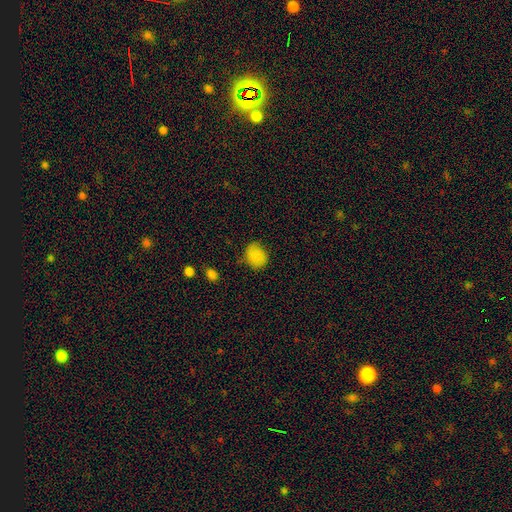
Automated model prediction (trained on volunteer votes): smooth-or-featured: smooth: 83% | star or artifact: 11% | featured or disk: 6%
  how-rounded: round: 61% | in between: 38% | cigar-shaped: 1%
  merging: none: 69% | minor disturbance: 24% | major disturbance: 5% | merger: 2%